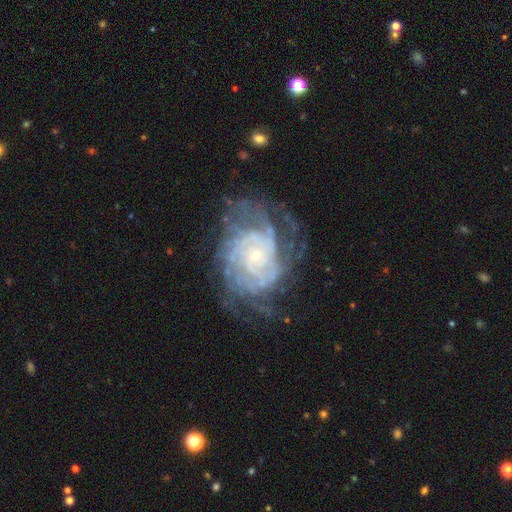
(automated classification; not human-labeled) featured or disk 87%, star or artifact 7%, smooth 6%. Down the decision tree: edge-on disk — no (97%); bar — no (76%); spiral arms — yes (94%); spiral arm count — can't tell (37%); spiral winding — tight (70%); bulge size — small (82%); merging — none (63%).